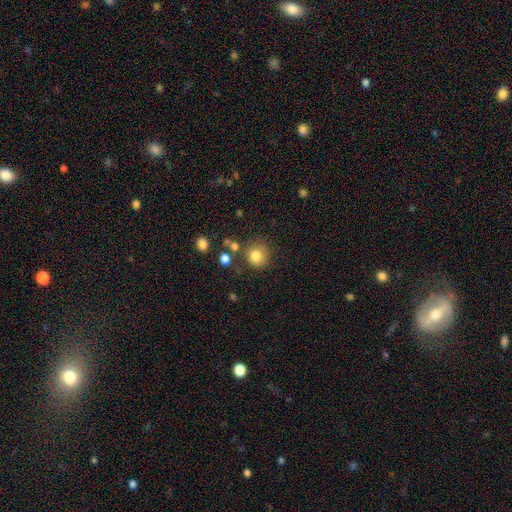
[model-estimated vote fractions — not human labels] This is clearly a smooth galaxy (81%). How rounded: clearly round (89%). Merging: likely none (79%).